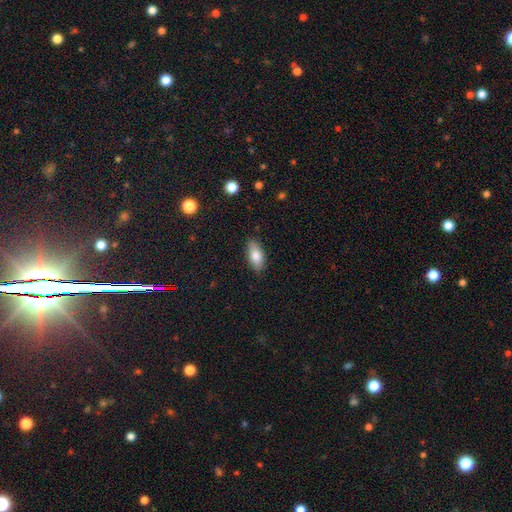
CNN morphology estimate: Smooth or featured?
  - smooth: 81% *
  - featured or disk: 12%
  - star or artifact: 7%
How rounded?
  - in between: 86% *
  - cigar-shaped: 11%
  - round: 3%
Merging?
  - none: 83% *
  - minor disturbance: 13%
  - major disturbance: 3%
  - merger: 1%